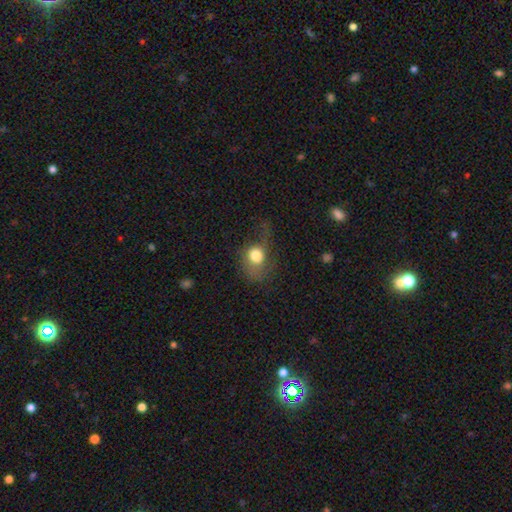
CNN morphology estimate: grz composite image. It shows a smooth galaxy with no disk features (70%) that is round (56%). Merging: major disturbance (42%).